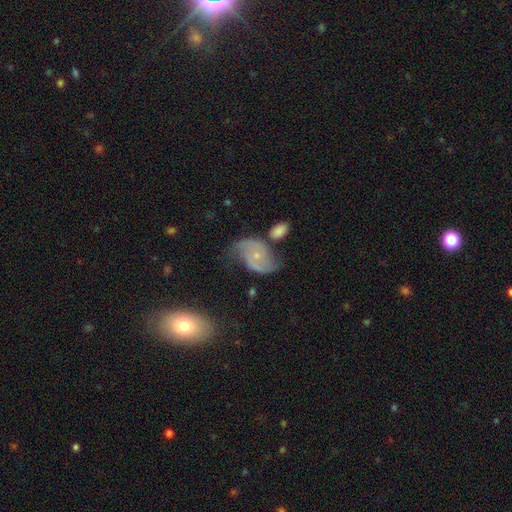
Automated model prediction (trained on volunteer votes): Smooth or featured? featured or disk (77%)
Edge-on disk? no (97%)
Bar? no (69%)
Spiral arms? yes (91%)
Spiral winding? loose (48%)
Spiral arm count? 2 (88%)
Bulge size? small (74%)
Merging? none (48%)